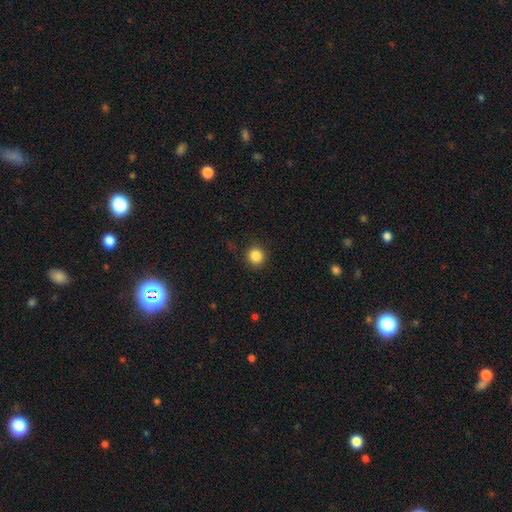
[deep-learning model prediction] This appears to be a smooth galaxy with no disk features (85%) that is round (92%). Merging: none (89%).